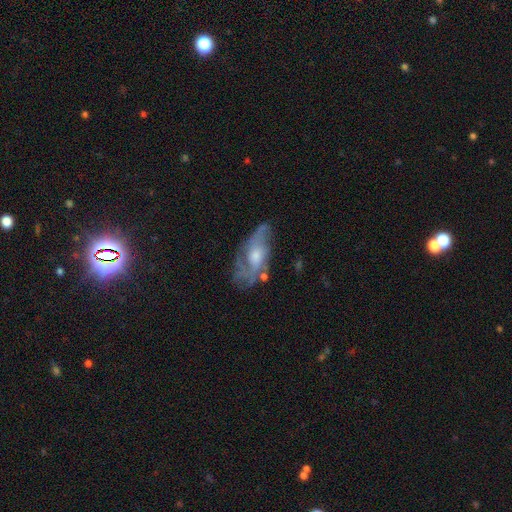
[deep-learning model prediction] Smooth or featured?
  - featured or disk: 72% *
  - smooth: 21%
  - star or artifact: 8%
Edge-on disk?
  - no: 89% *
  - yes: 11%
Bar?
  - no: 71% *
  - weak: 25%
  - strong: 4%
Spiral arms?
  - yes: 80% *
  - no: 20%
Spiral winding?
  - medium: 43% *
  - tight: 29%
  - loose: 28%
Spiral arm count?
  - can't tell: 36% *
  - 2: 35%
  - 3: 15%
  - 1: 5%
  - 4: 5%
  - more than 4: 3%
Bulge size?
  - moderate: 60% *
  - small: 25%
  - large: 9%
  - none: 4%
  - dominant: 1%
Merging?
  - none: 56% *
  - minor disturbance: 24%
  - major disturbance: 16%
  - merger: 4%